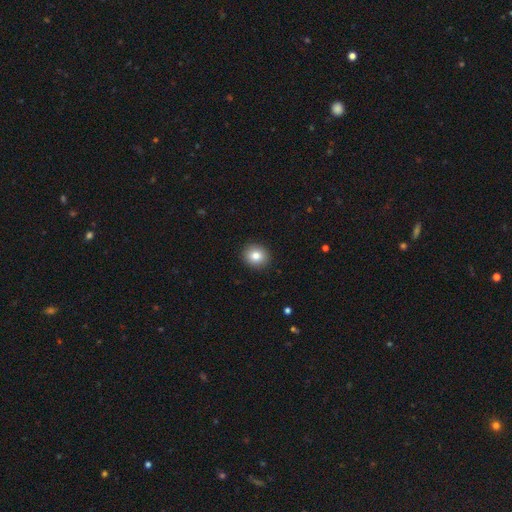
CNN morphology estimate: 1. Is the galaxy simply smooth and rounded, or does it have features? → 82% smooth, 9% star or artifact, 8% featured or disk.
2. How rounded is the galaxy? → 77% round, 22% in between, 1% cigar-shaped.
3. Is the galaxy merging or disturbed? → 92% none, 6% minor disturbance, 2% major disturbance, 1% merger.